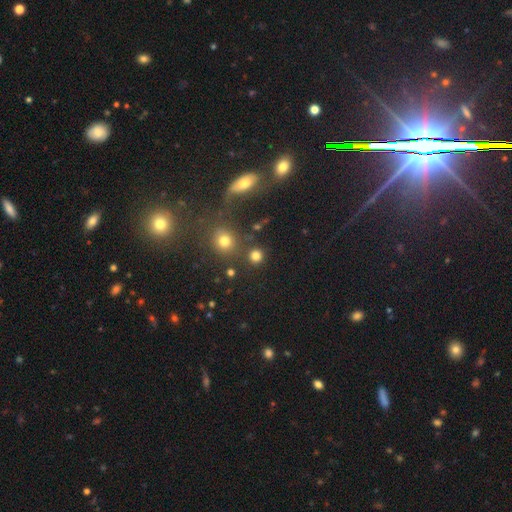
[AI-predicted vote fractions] smooth-or-featured: smooth: 78% | star or artifact: 16% | featured or disk: 6%
  how-rounded: round: 91% | in between: 8% | cigar-shaped: 1%
  merging: none: 82% | merger: 8% | minor disturbance: 7% | major disturbance: 3%